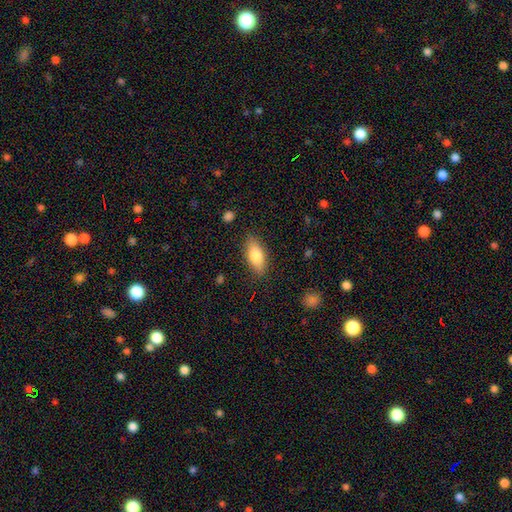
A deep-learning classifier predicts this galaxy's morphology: Smooth or featured: smooth — 78% (featured or disk — 15%)
How rounded: in between — 82% (cigar-shaped — 15%)
Merging: none — 84% (minor disturbance — 12%)